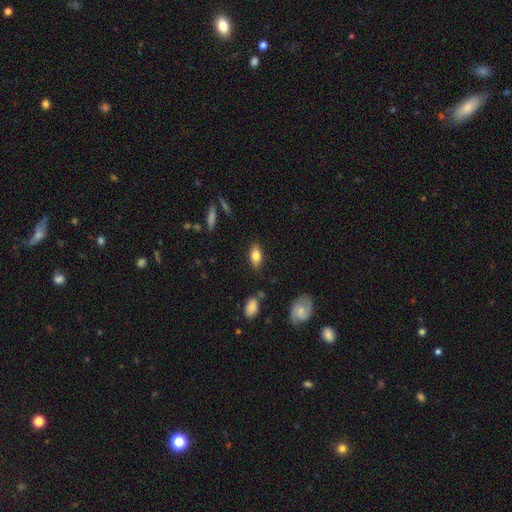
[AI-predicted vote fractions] Q: Smooth or featured?
A: smooth (77%); runner-up: featured or disk (16%)
Q: How rounded?
A: in between (88%); runner-up: cigar-shaped (7%)
Q: Merging?
A: none (84%); runner-up: minor disturbance (12%)